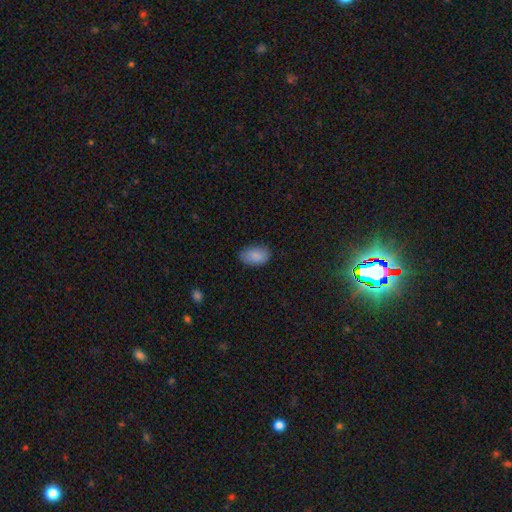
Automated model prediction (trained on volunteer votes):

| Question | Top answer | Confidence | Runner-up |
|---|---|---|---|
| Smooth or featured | smooth | 86% | star or artifact (7%) |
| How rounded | in between | 90% | round (9%) |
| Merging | none | 76% | minor disturbance (19%) |